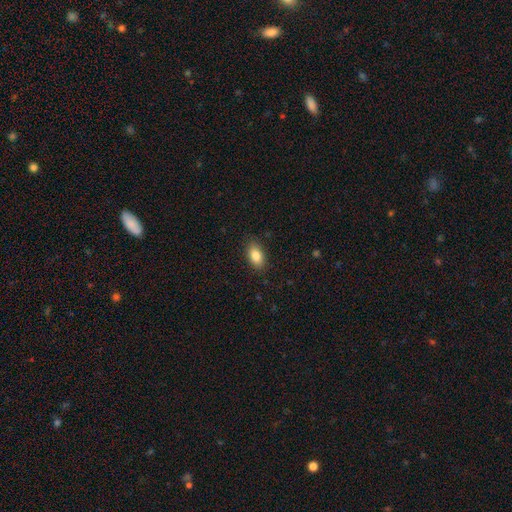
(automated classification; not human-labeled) smooth 85%, star or artifact 8%, featured or disk 7%. Down the decision tree: how rounded — in between (91%); merging — none (85%).